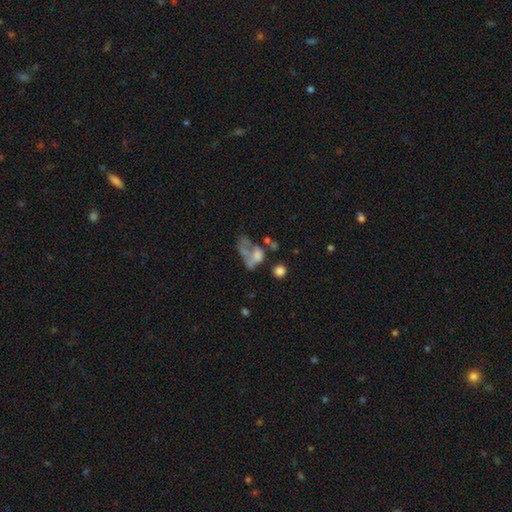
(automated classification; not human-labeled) smooth_or_featured: smooth (p=0.47) [alt: featured or disk p=0.38]
merging: major disturbance (p=0.36) [alt: merger p=0.34]